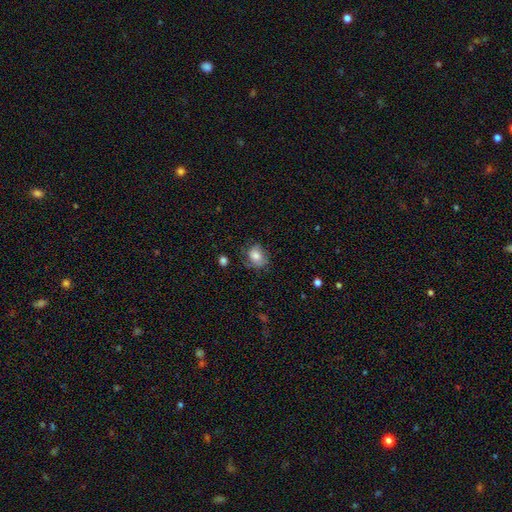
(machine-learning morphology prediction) Smooth or featured? Predicted: smooth (p=0.65). How rounded? Predicted: round (p=0.54). Merging? Predicted: none (p=0.57).